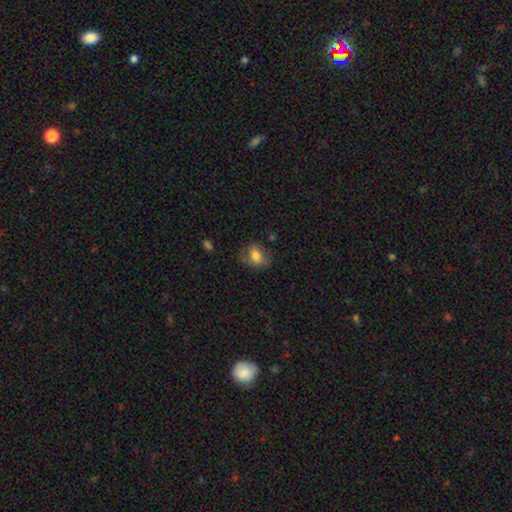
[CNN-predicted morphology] This is likely a smooth galaxy (69%). How rounded: possibly in between (57%). Merging: likely none (67%).